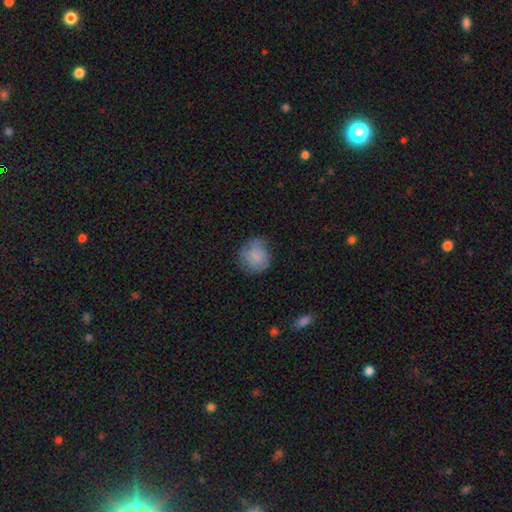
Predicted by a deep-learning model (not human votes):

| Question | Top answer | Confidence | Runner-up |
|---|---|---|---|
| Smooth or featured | smooth | 72% | featured or disk (20%) |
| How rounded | round | 81% | in between (18%) |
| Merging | none | 69% | minor disturbance (23%) |